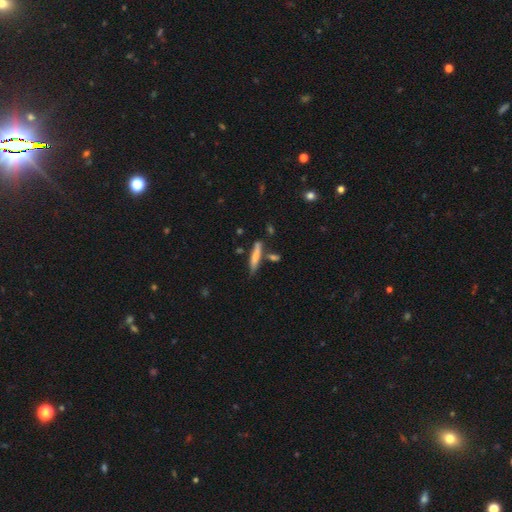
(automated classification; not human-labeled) smooth-or-featured: smooth: 71% | featured or disk: 23% | star or artifact: 6%
  how-rounded: cigar-shaped: 89% | in between: 10% | round: 2%
  merging: none: 71% | minor disturbance: 16% | merger: 10% | major disturbance: 3%